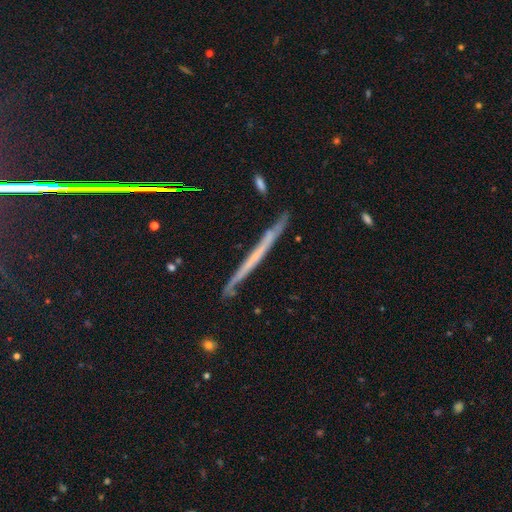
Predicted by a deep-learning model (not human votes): smooth-or-featured: featured or disk: 63% | smooth: 28% | star or artifact: 8%
  disk-edge-on: yes: 96% | no: 4%
    edge-on-bulge: none: 88% | rounded: 8% | boxy: 4%
  merging: none: 84% | minor disturbance: 12% | major disturbance: 2% | merger: 2%